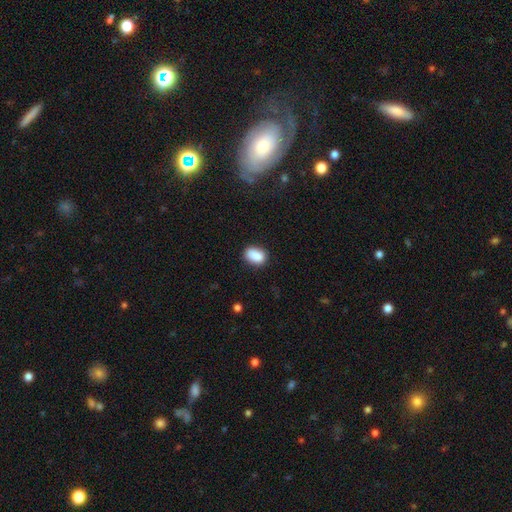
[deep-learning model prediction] Smooth or featured? smooth (86%)
How rounded? in between (78%)
Merging? none (72%)